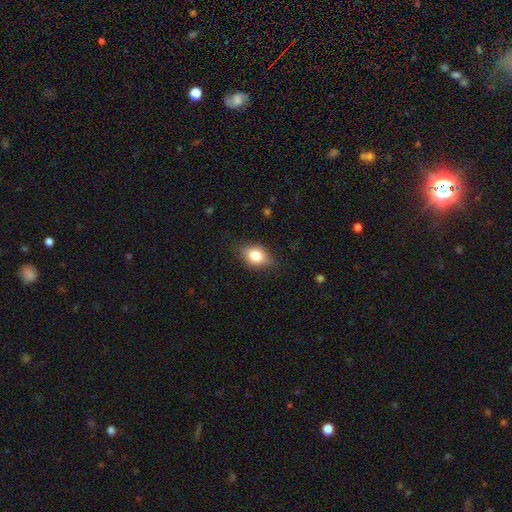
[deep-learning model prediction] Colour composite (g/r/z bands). It shows a smooth galaxy with no disk features (78%) that is in between round and cigar-shaped (71%). Merging: none (78%).